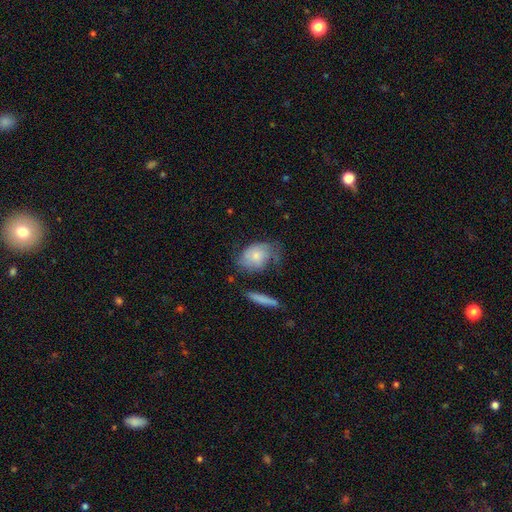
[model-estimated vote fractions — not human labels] Smooth or featured? Predicted: smooth (p=0.65). How rounded? Predicted: in between (p=0.74). Merging? Predicted: none (p=0.44).